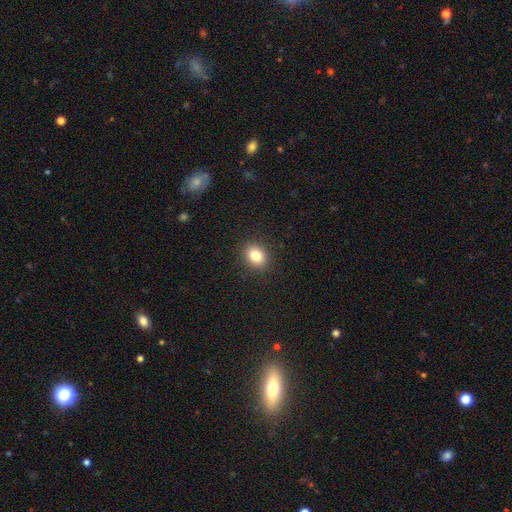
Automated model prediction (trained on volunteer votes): Smooth or featured? smooth (82%)
How rounded? round (51%)
Merging? none (90%)